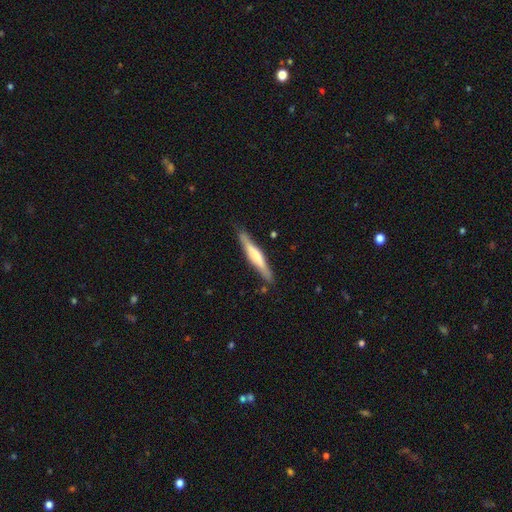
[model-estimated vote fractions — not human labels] Smooth or featured? featured or disk (54%)
Edge-on disk? yes (96%)
Edge-on bulge? rounded (50%)
Merging? none (85%)